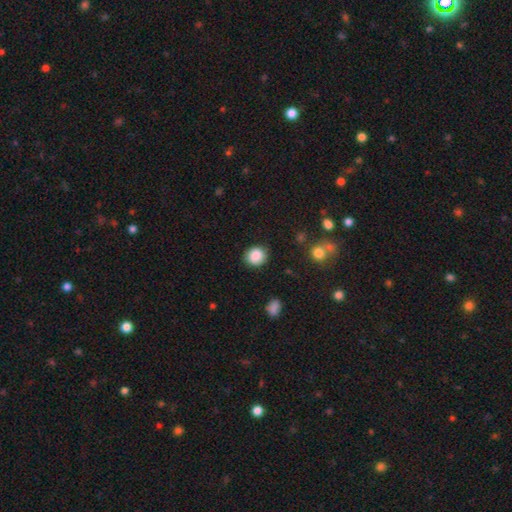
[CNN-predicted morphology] This is clearly a smooth galaxy (88%). How rounded: clearly round (83%). Merging: clearly none (86%).